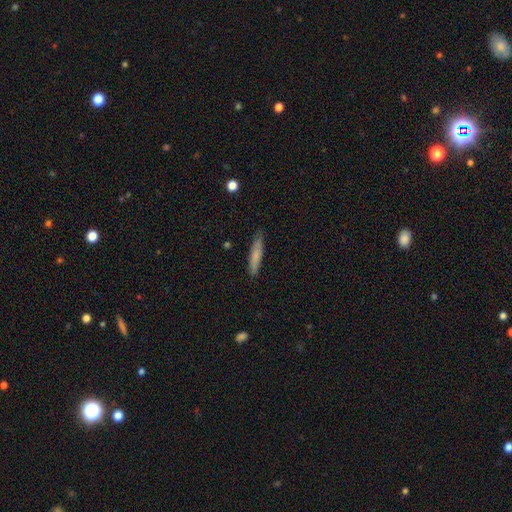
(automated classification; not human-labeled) A smooth galaxy with no disk features (75%) that is cigar-shaped (90%).

Vote fractions:
- Smooth or featured? smooth: 75% / featured or disk: 19% / star or artifact: 6%
- How rounded? cigar-shaped: 90% / in between: 9% / round: 1%
- Merging? none: 84% / minor disturbance: 13% / major disturbance: 2% / merger: 1%